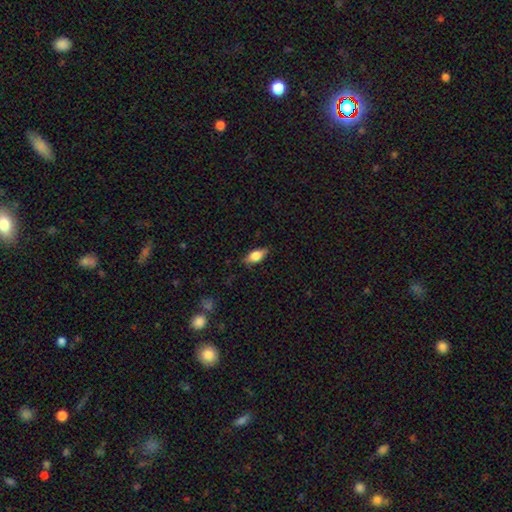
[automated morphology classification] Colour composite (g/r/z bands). It shows a smooth galaxy with no disk features (73%) that is in between round and cigar-shaped (83%). Merging: none (81%).